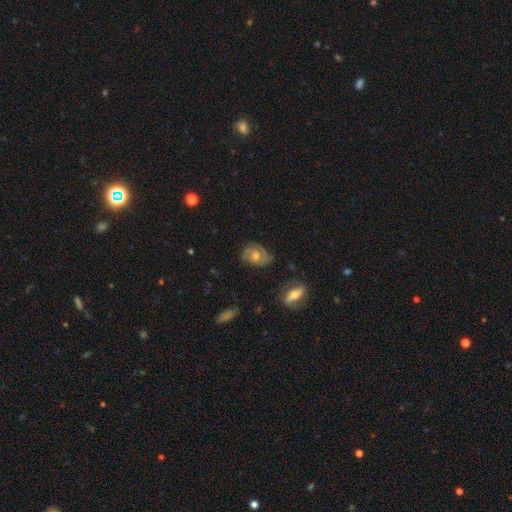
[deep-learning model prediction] Smooth or featured: featured or disk — 73% (smooth — 17%)
Edge-on disk: no — 96% (yes — 4%)
Bar: no — 66% (weak — 27%)
Spiral arms: yes — 91% (no — 9%)
Spiral winding: tight — 48% (medium — 40%)
Spiral arm count: 2 — 75% (can't tell — 13%)
Bulge size: moderate — 65% (small — 23%)
Merging: none — 75% (minor disturbance — 17%)